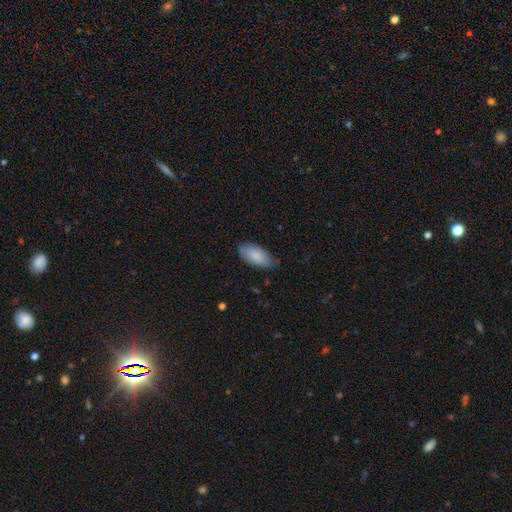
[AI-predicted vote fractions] A smooth galaxy with no disk features (85%) that is in between round and cigar-shaped (90%).

Vote fractions:
- Smooth or featured? smooth: 85% / featured or disk: 9% / star or artifact: 6%
- How rounded? in between: 90% / cigar-shaped: 8% / round: 2%
- Merging? none: 73% / minor disturbance: 23% / major disturbance: 3% / merger: 1%